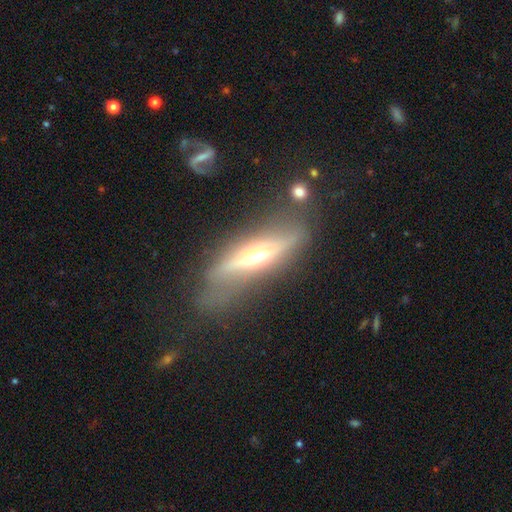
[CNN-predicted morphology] A featured or disk galaxy (67%) viewed edge-on (73%).

Vote fractions:
- Smooth or featured? featured or disk: 67% / smooth: 26% / star or artifact: 7%
- Edge-on disk? yes: 73% / no: 27%
- Merging? none: 58% / minor disturbance: 23% / major disturbance: 15% / merger: 5%